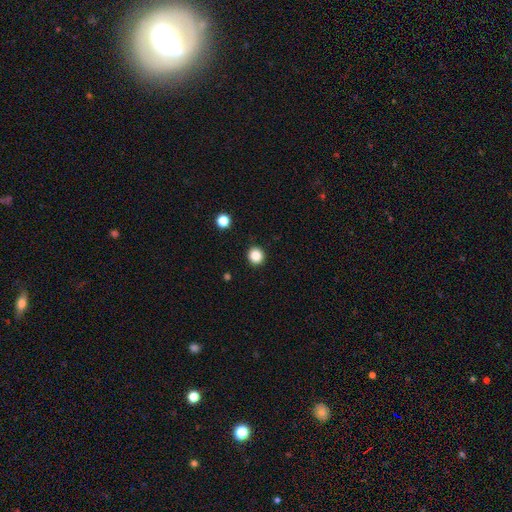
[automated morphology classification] smooth-or-featured: smooth: 85% | star or artifact: 11% | featured or disk: 4%
  how-rounded: round: 93% | in between: 6% | cigar-shaped: 1%
  merging: none: 92% | minor disturbance: 5% | major disturbance: 2% | merger: 1%